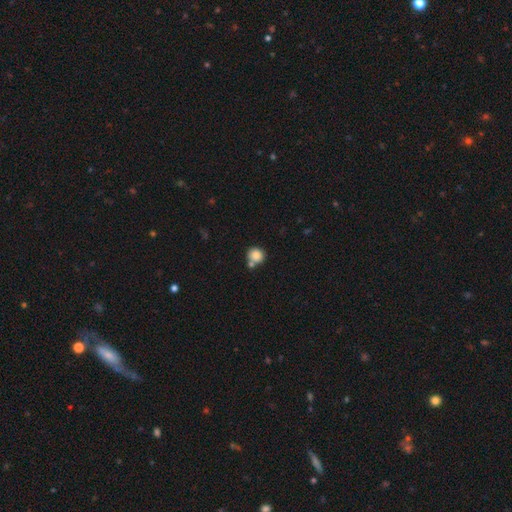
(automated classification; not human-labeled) A smooth galaxy with no disk features (85%) that is round (90%). Merging: none (62%).